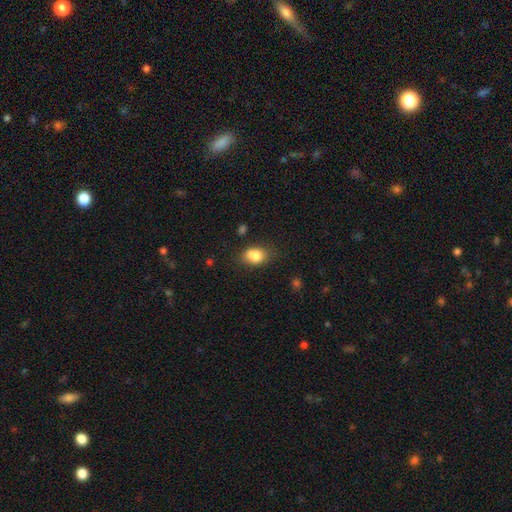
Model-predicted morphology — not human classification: type=smooth (83%); roundness=in between (70%); merging=none (62%).